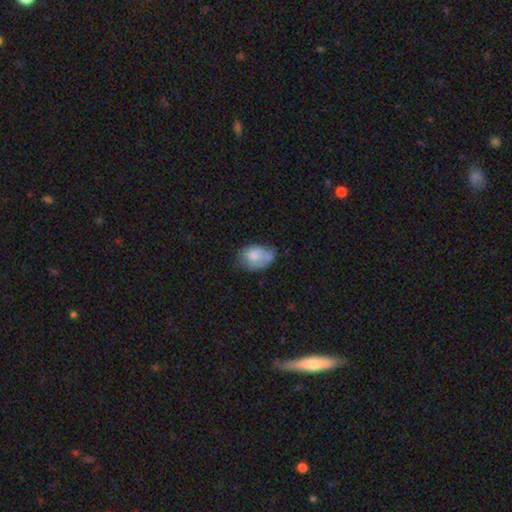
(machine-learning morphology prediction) Q: Smooth or featured?
A: smooth (67%); runner-up: featured or disk (25%)
Q: How rounded?
A: in between (79%); runner-up: round (20%)
Q: Merging?
A: minor disturbance (37%); runner-up: none (35%)